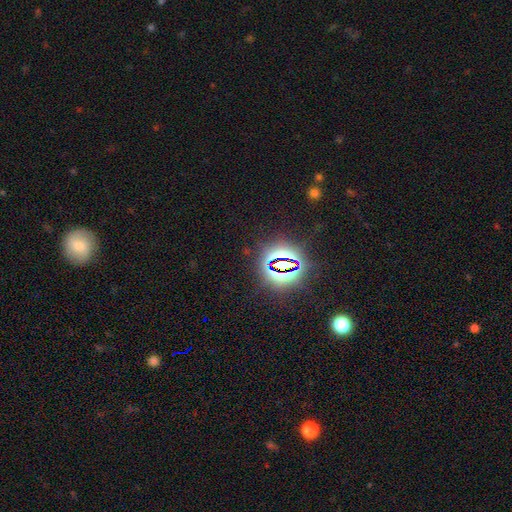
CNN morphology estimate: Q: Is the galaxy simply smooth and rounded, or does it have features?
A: star or artifact — 81%.